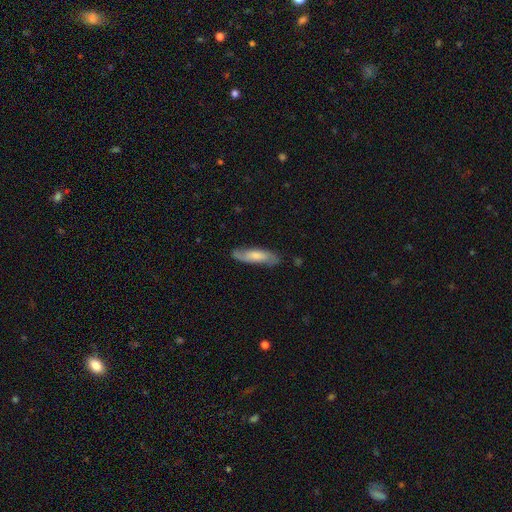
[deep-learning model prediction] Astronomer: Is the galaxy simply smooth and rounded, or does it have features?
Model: smooth — 59% (runner-up: featured or disk, 35%).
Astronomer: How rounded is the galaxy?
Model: cigar-shaped — 63%.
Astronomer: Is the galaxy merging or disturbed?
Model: none — 73%.